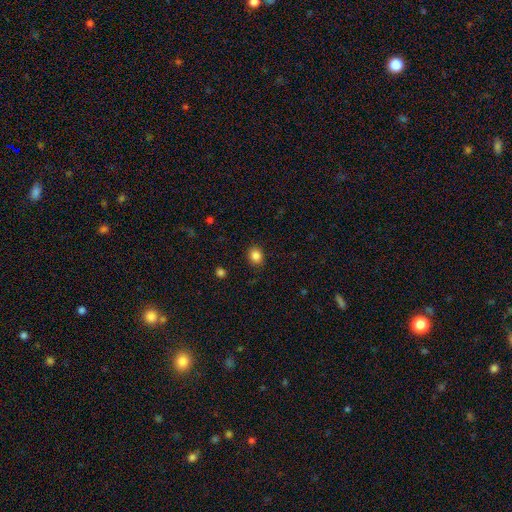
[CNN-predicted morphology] smooth-or-featured: smooth: 85% | star or artifact: 10% | featured or disk: 4%
  how-rounded: round: 60% | in between: 39% | cigar-shaped: 1%
  merging: none: 89% | minor disturbance: 8% | major disturbance: 2% | merger: 1%